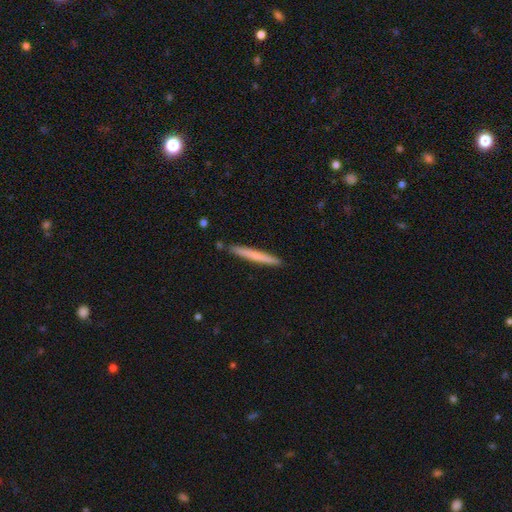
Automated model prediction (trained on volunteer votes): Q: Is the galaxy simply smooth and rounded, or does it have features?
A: smooth — 66%.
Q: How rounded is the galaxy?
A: cigar-shaped — 97%.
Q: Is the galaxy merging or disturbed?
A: none — 90%.